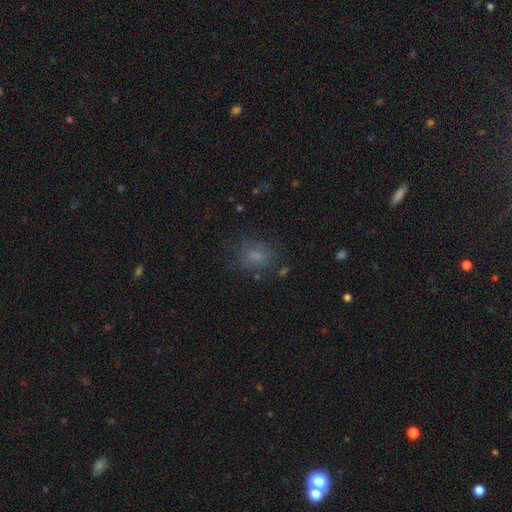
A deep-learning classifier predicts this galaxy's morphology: Smooth or featured? Predicted: smooth (p=0.68). How rounded? Predicted: round (p=0.50). Merging? Predicted: none (p=0.71).